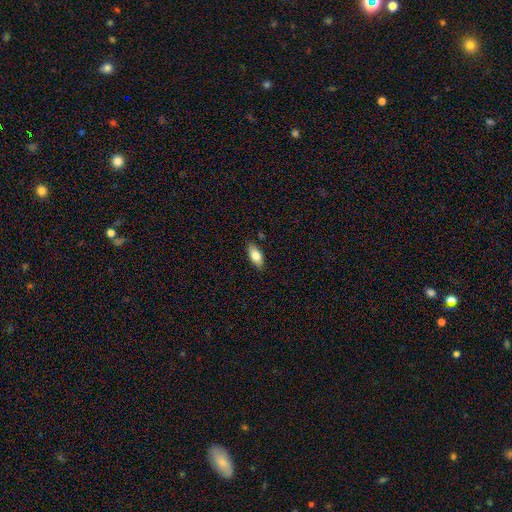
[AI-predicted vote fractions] Smooth or featured?
  - smooth: 80% *
  - featured or disk: 13%
  - star or artifact: 7%
How rounded?
  - in between: 86% *
  - cigar-shaped: 11%
  - round: 3%
Merging?
  - none: 84% *
  - minor disturbance: 13%
  - major disturbance: 2%
  - merger: 1%